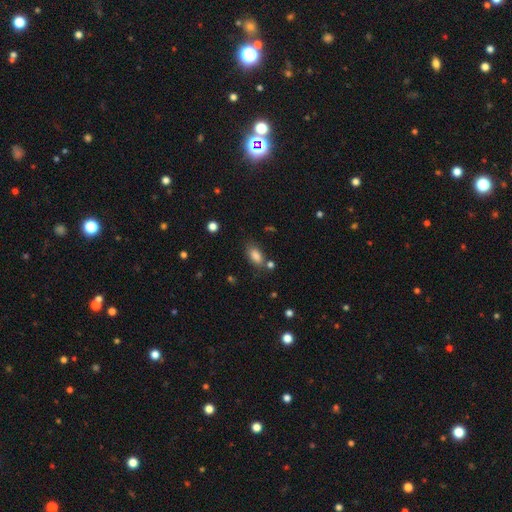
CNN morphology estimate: A smooth galaxy with no disk features (85%) that is in between round and cigar-shaped (88%). Merging: none (71%).